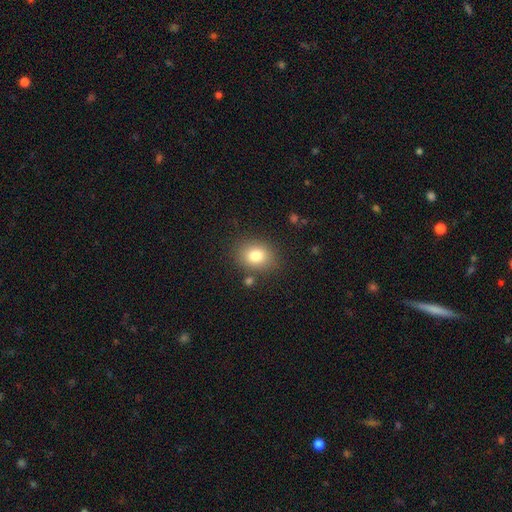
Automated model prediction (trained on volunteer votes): Smooth or featured? Predicted: smooth (p=0.81). How rounded? Predicted: in between (p=0.52). Merging? Predicted: none (p=0.81).